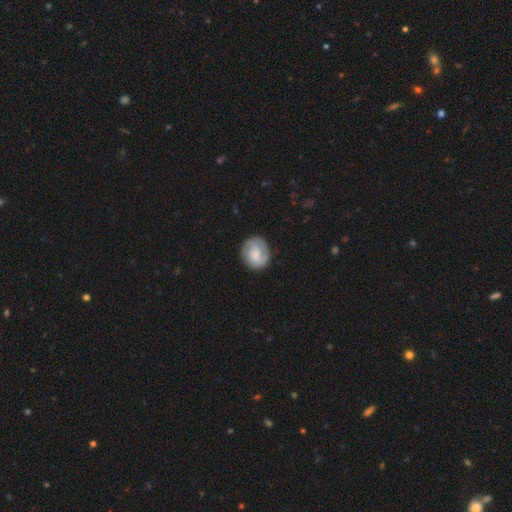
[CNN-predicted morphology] featured or disk 55%, smooth 39%, star or artifact 6%. Down the decision tree: edge-on disk — no (98%); bar — no (55%); spiral arms — yes (92%); bulge size — small (41%); merging — none (82%).